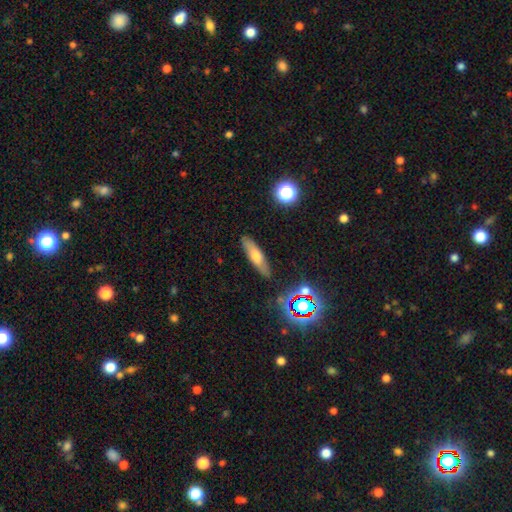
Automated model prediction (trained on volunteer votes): A smooth galaxy with no disk features (60%) that is cigar-shaped (64%).

Vote fractions:
- Smooth or featured? smooth: 60% / featured or disk: 29% / star or artifact: 11%
- How rounded? cigar-shaped: 64% / in between: 33% / round: 3%
- Merging? none: 85% / minor disturbance: 11% / major disturbance: 2% / merger: 2%